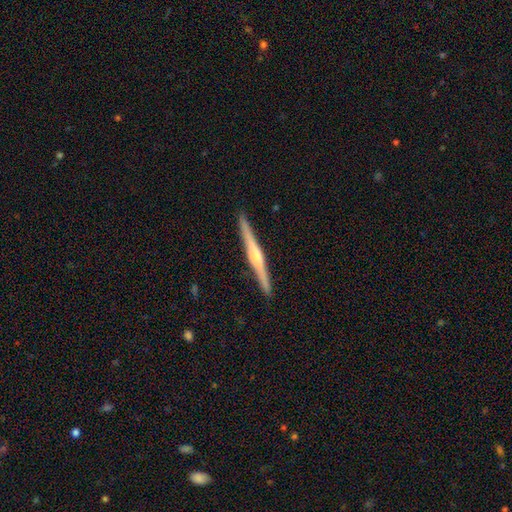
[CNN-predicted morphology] The model was most divided on "smooth or featured": featured or disk: 77%, smooth: 18%, star or artifact: 5%. More confident: edge-on disk — yes (98%); merging — none (92%); edge-on bulge — rounded (83%).